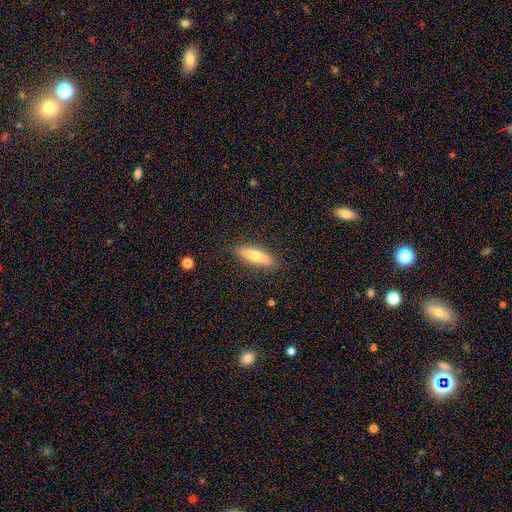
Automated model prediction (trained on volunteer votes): Smooth or featured? Predicted: smooth (p=0.65). How rounded? Predicted: cigar-shaped (p=0.57). Merging? Predicted: none (p=0.88).